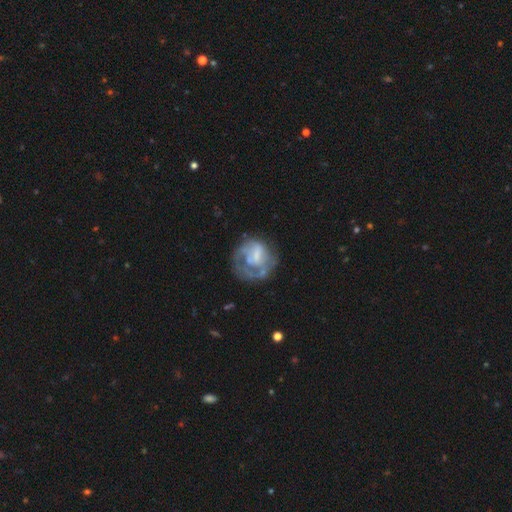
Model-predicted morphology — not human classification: A featured or disk galaxy (61%) with no bar (53%), no spiral arms (55%) and no central bulge (43%).

Vote fractions:
- Smooth or featured? featured or disk: 61% / smooth: 31% / star or artifact: 8%
- Edge-on disk? no: 98% / yes: 2%
- Bar? no: 53% / weak: 35% / strong: 12%
- Spiral arms? no: 55% / yes: 45%
- Bulge size? none: 43% / moderate: 24% / small: 22% / large: 9% / dominant: 2%
- Merging? none: 42% / major disturbance: 32% / minor disturbance: 21% / merger: 5%